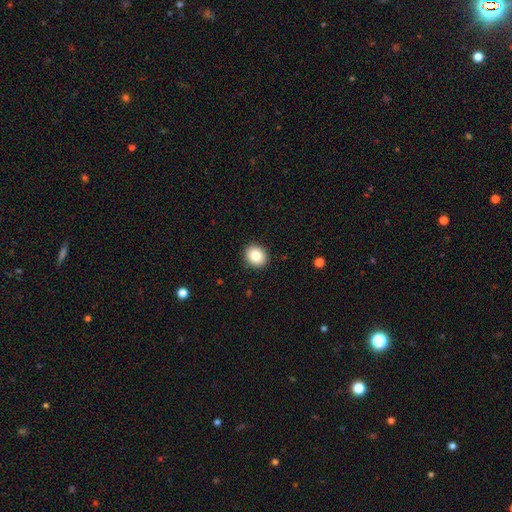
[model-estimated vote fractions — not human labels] smooth 83%, star or artifact 9%, featured or disk 8%. Down the decision tree: how rounded — round (73%); merging — none (92%).